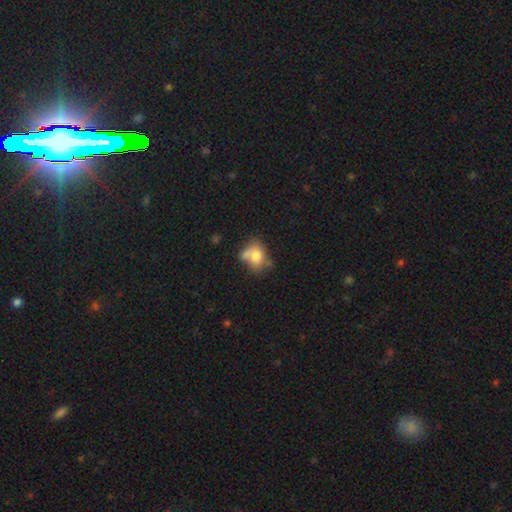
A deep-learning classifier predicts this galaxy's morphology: Overall: smooth (69%). How rounded: in between (55%; round 44%). Merging: none (39%; merger 26%).